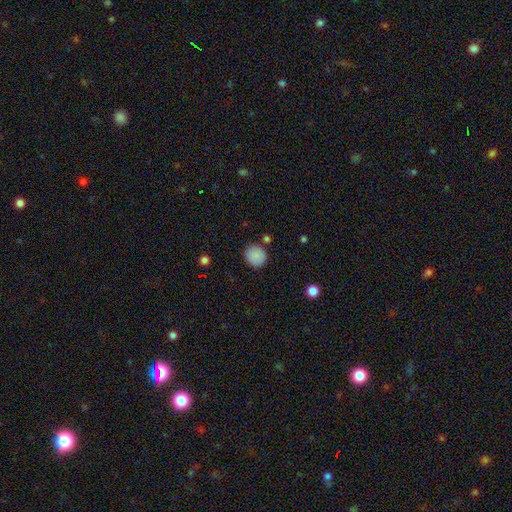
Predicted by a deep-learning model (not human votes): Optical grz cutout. It shows a smooth galaxy with no disk features (88%) that is round (90%). Merging: none (86%).